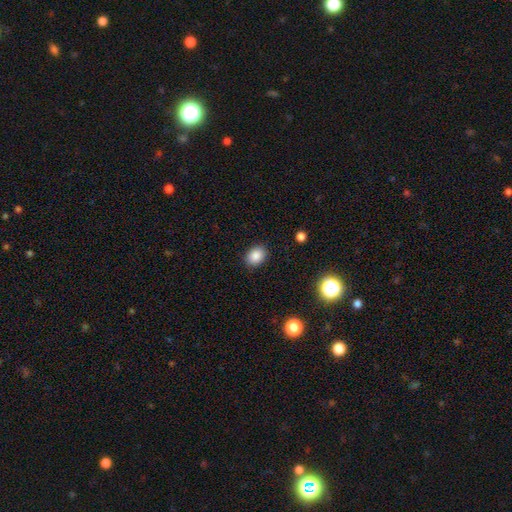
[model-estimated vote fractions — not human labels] smooth 86%, star or artifact 9%, featured or disk 4%. Down the decision tree: how rounded — in between (67%); merging — none (88%).